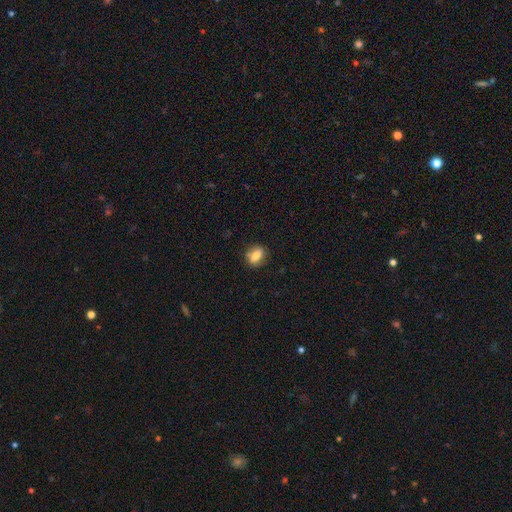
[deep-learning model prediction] A smooth galaxy with no disk features (79%) that is in between round and cigar-shaped (68%). Merging: none (78%).